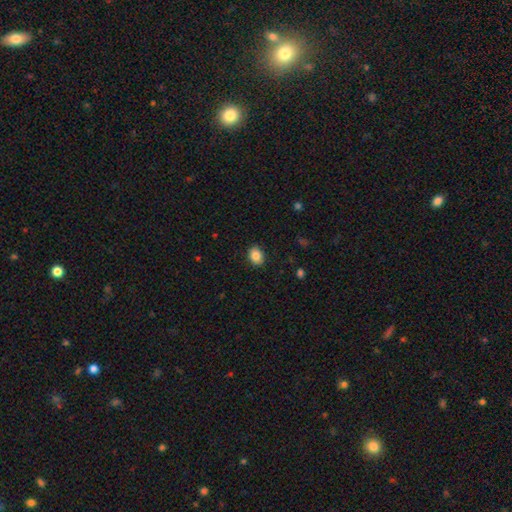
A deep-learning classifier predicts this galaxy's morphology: Smooth or featured: smooth — 86% (star or artifact — 9%)
How rounded: in between — 59% (round — 40%)
Merging: none — 89% (minor disturbance — 8%)